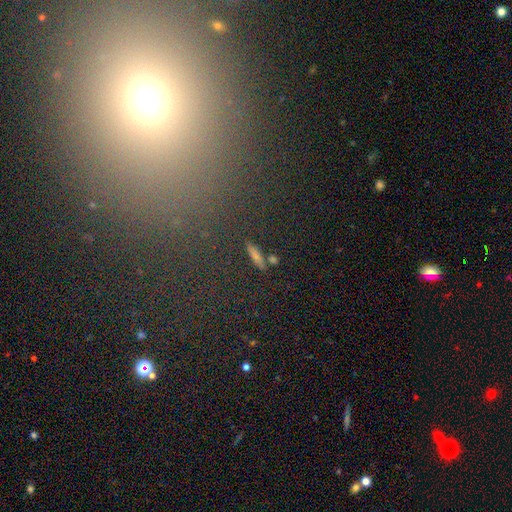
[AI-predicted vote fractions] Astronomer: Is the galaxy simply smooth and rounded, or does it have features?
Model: smooth — 52% (runner-up: star or artifact, 27%).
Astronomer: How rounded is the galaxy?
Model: cigar-shaped — 63%.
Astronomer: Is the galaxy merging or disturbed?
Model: none — 83%.